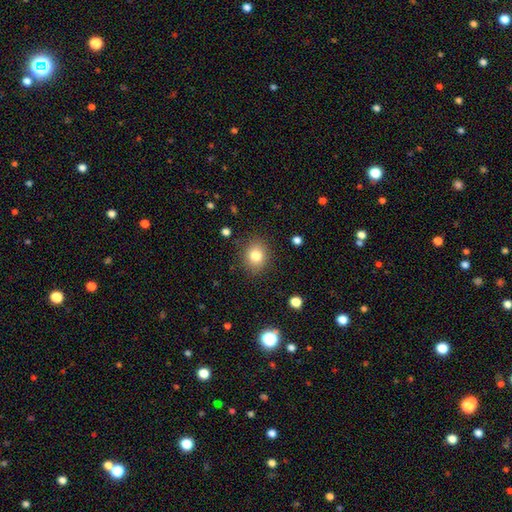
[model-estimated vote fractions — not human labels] A smooth galaxy with no disk features (81%) that is round (66%). Merging: none (86%).